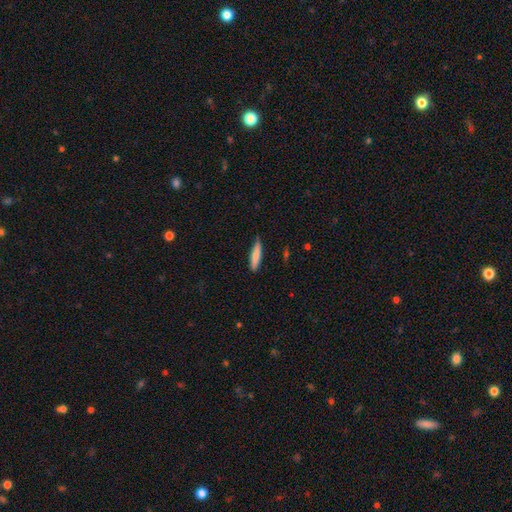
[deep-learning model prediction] Morphology: type=smooth (77%); roundness=cigar-shaped (85%); merging=none (80%).